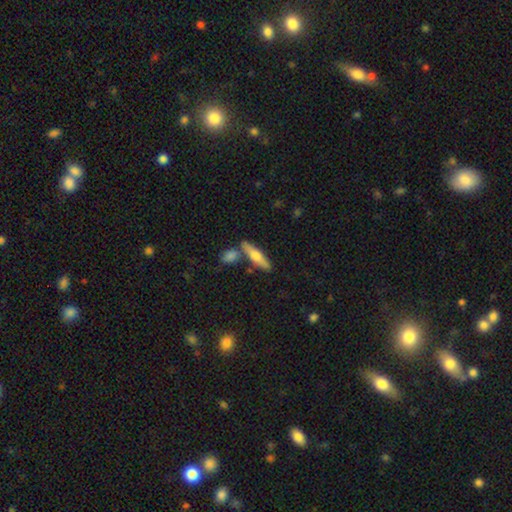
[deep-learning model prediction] smooth_or_featured: smooth (p=0.48) [alt: featured or disk p=0.46]
merging: none (p=0.72) [alt: merger p=0.15]